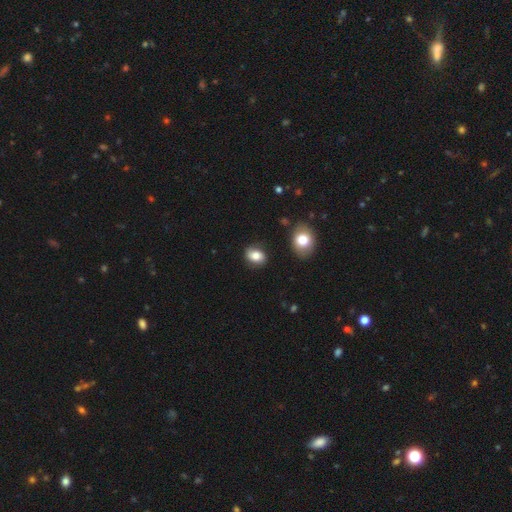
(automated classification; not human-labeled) Overall: smooth (75%). How rounded: in between (66%; round 33%). Merging: none (78%).